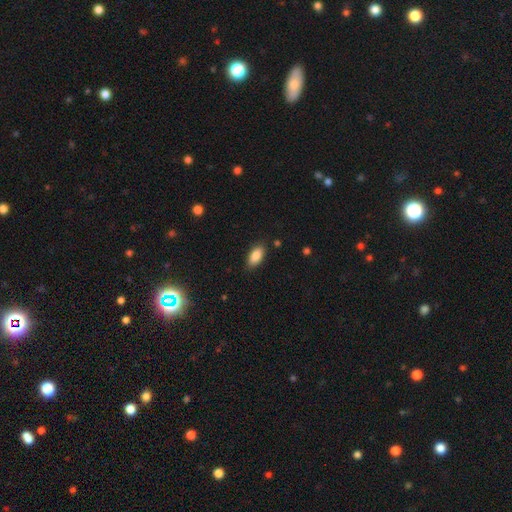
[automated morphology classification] Smooth or featured?
  - smooth: 87% *
  - star or artifact: 7%
  - featured or disk: 6%
How rounded?
  - in between: 90% *
  - cigar-shaped: 8%
  - round: 3%
Merging?
  - none: 85% *
  - minor disturbance: 11%
  - major disturbance: 2%
  - merger: 1%